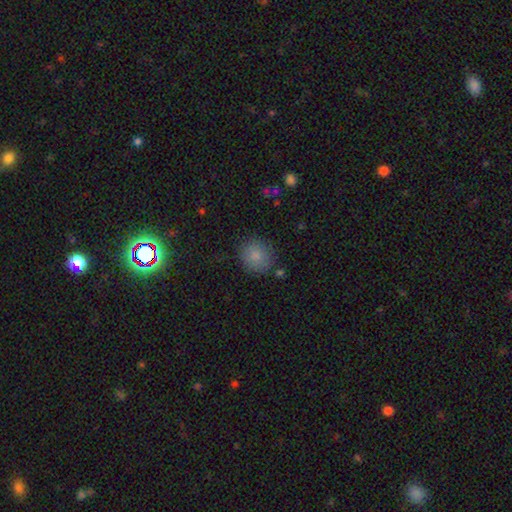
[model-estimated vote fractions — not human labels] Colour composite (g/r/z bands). It shows a smooth galaxy with no disk features (85%) that is round (87%). Merging: none (83%).